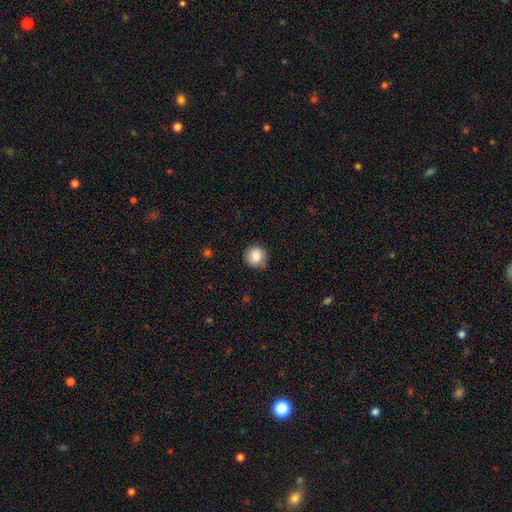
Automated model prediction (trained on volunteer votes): smooth_or_featured: smooth (p=0.83) [alt: star or artifact p=0.09]
how_rounded: round (p=0.88) [alt: in between p=0.11]
merging: none (p=0.76) [alt: minor disturbance p=0.19]